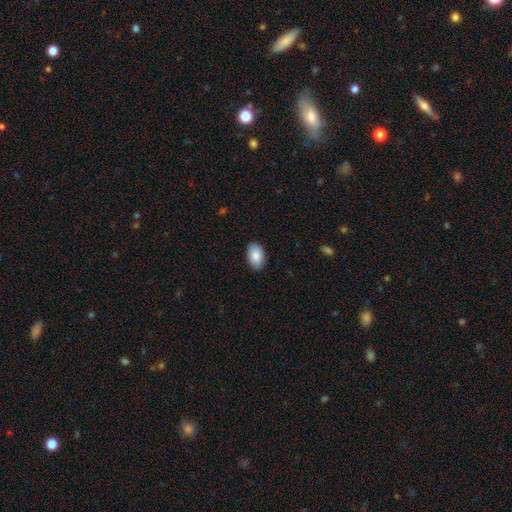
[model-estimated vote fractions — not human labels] smooth 86%, featured or disk 7%, star or artifact 6%. Down the decision tree: how rounded — in between (92%); merging — none (88%).